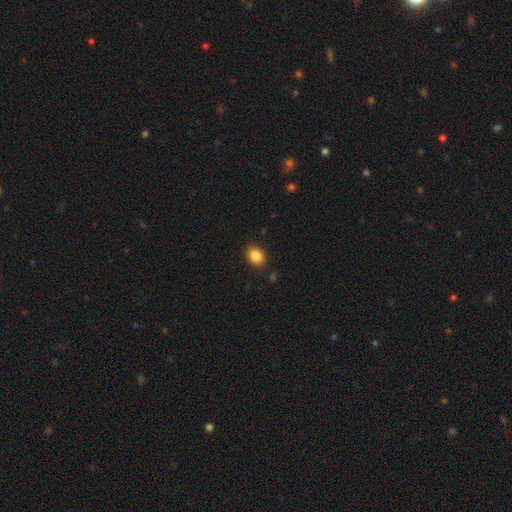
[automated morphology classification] The model was most divided on "how rounded": in between: 58%, round: 41%, cigar-shaped: 1%. More confident: merging — none (88%); smooth or featured — smooth (86%).